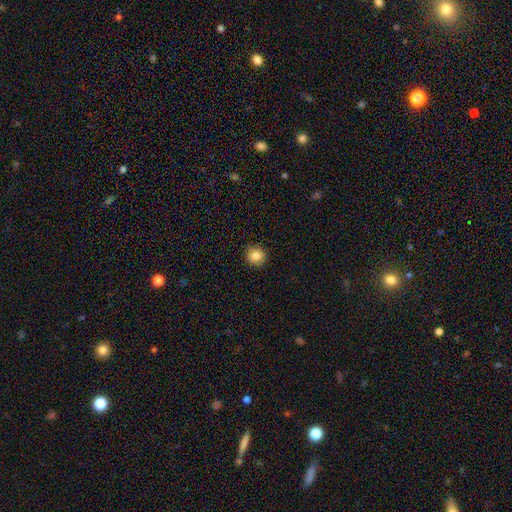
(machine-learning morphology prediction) Q: Smooth or featured?
A: smooth (85%); runner-up: star or artifact (10%)
Q: How rounded?
A: round (88%); runner-up: in between (11%)
Q: Merging?
A: none (91%); runner-up: minor disturbance (6%)